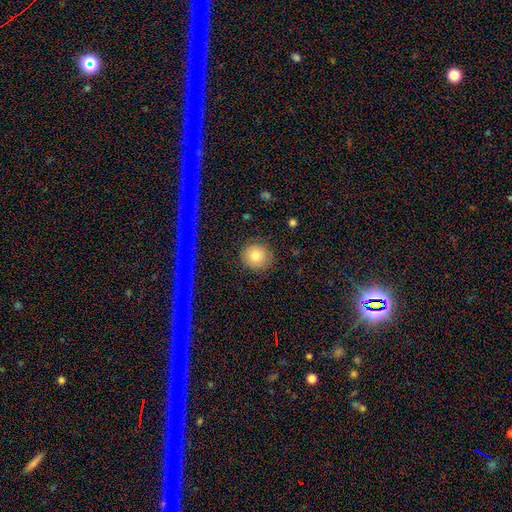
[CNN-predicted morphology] The model was most divided on "smooth or featured": smooth: 80%, star or artifact: 10%, featured or disk: 10%. More confident: how rounded — round (91%); merging — none (88%).